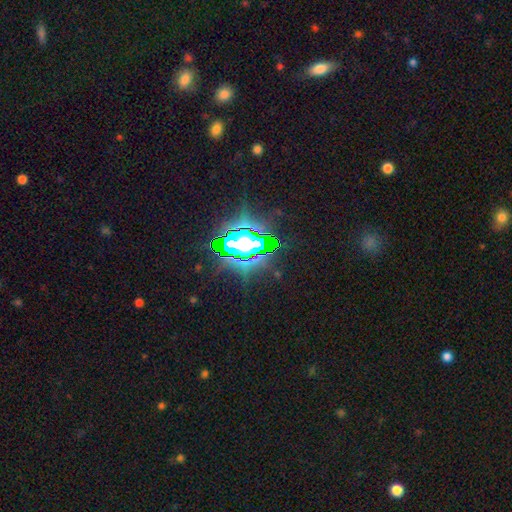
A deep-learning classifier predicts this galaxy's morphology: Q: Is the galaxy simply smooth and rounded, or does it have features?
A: star or artifact — 76%.